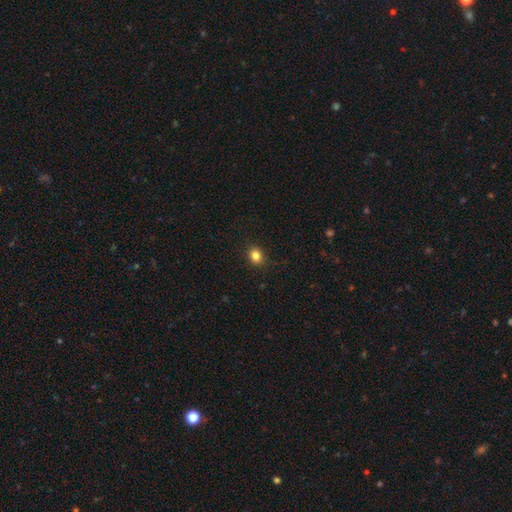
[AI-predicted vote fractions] Smooth or featured? Predicted: smooth (p=0.83). How rounded? Predicted: round (p=0.64). Merging? Predicted: none (p=0.88).